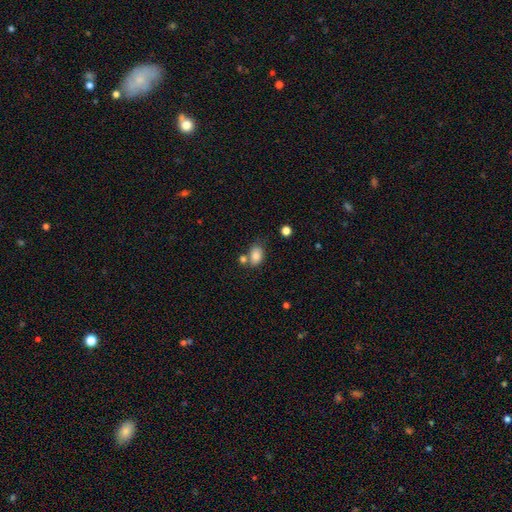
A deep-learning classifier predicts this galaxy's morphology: A smooth galaxy with no disk features (85%) that is in between round and cigar-shaped (80%).

Vote fractions:
- Smooth or featured? smooth: 85% / star or artifact: 9% / featured or disk: 7%
- How rounded? in between: 80% / round: 19% / cigar-shaped: 1%
- Merging? none: 55% / merger: 21% / minor disturbance: 18% / major disturbance: 6%